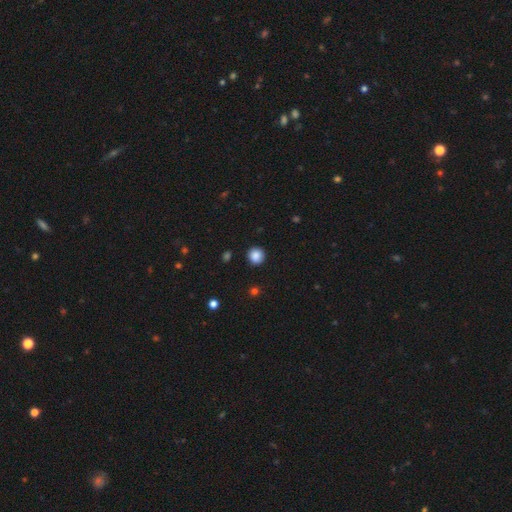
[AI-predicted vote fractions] This is clearly a smooth galaxy (87%). How rounded: clearly round (93%). Merging: clearly none (91%).